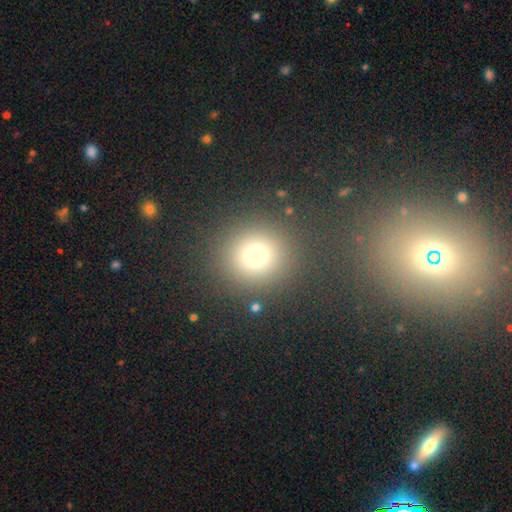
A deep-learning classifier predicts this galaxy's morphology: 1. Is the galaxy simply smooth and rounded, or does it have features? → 73% smooth, 19% star or artifact, 8% featured or disk.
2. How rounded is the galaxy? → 90% round, 9% in between, 1% cigar-shaped.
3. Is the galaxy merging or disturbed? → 87% none, 6% minor disturbance, 3% major disturbance, 3% merger.